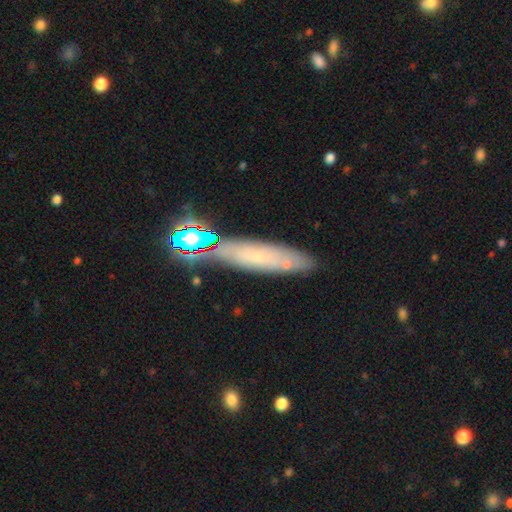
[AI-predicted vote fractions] Morphology: type=featured or disk (39%); merging=none (79%).